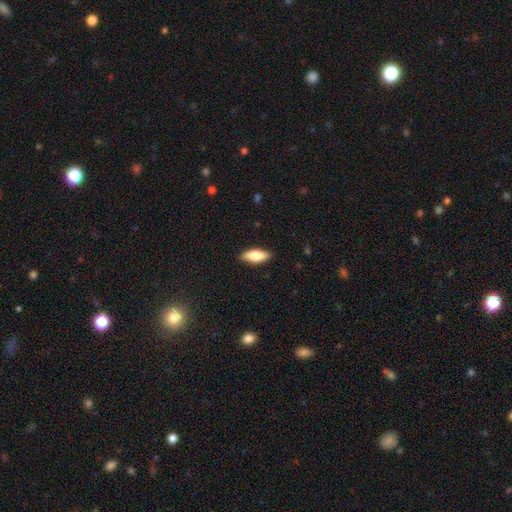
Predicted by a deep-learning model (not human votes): Smooth or featured? Predicted: smooth (p=0.74). How rounded? Predicted: in between (p=0.74). Merging? Predicted: none (p=0.88).